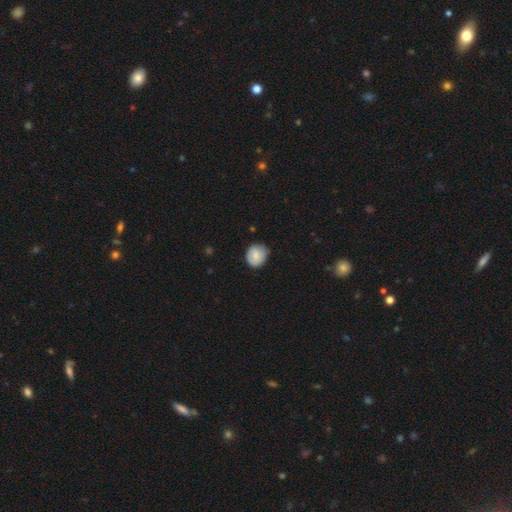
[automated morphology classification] smooth_or_featured: smooth (p=0.74) [alt: featured or disk p=0.19]
how_rounded: round (p=0.75) [alt: in between p=0.24]
merging: none (p=0.72) [alt: minor disturbance p=0.22]